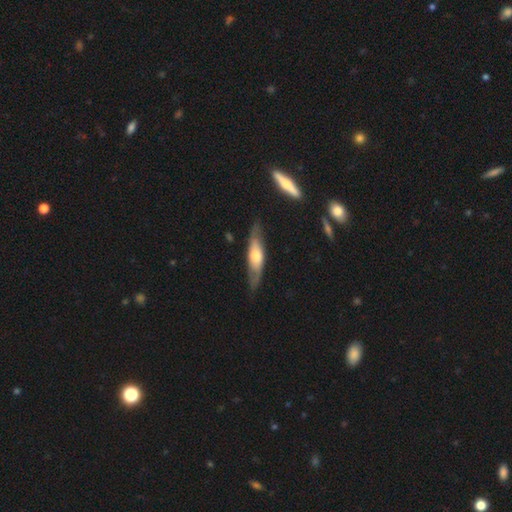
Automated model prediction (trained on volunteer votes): A featured or disk galaxy (54%) viewed edge-on (67%). Merging: none (78%).